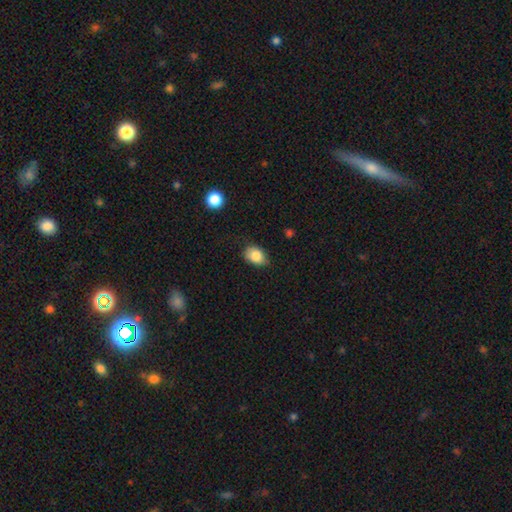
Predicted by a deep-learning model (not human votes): smooth_or_featured: smooth (p=0.85) [alt: star or artifact p=0.08]
how_rounded: in between (p=0.77) [alt: round p=0.22]
merging: none (p=0.74) [alt: minor disturbance p=0.21]